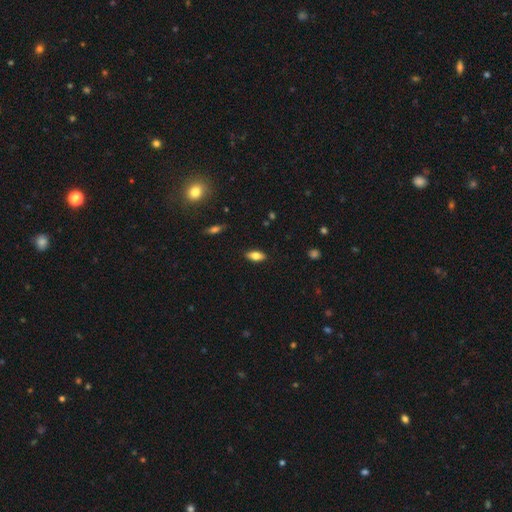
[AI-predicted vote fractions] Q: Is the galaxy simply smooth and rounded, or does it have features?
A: smooth — 71%.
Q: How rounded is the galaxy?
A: in between — 86%.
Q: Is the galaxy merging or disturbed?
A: none — 88%.